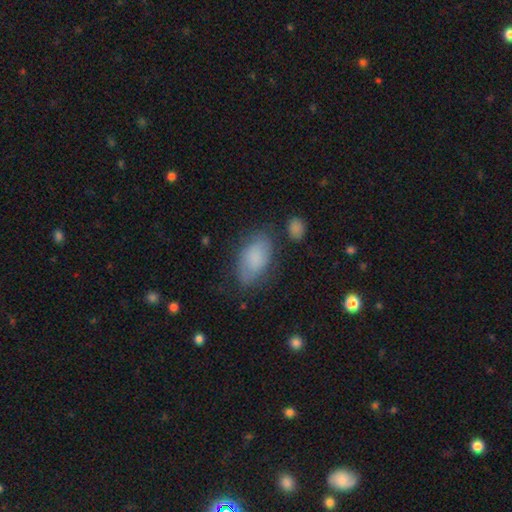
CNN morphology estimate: smooth-or-featured: smooth: 78% | featured or disk: 14% | star or artifact: 7%
  how-rounded: in between: 92% | round: 5% | cigar-shaped: 2%
  merging: none: 66% | minor disturbance: 22% | major disturbance: 9% | merger: 4%